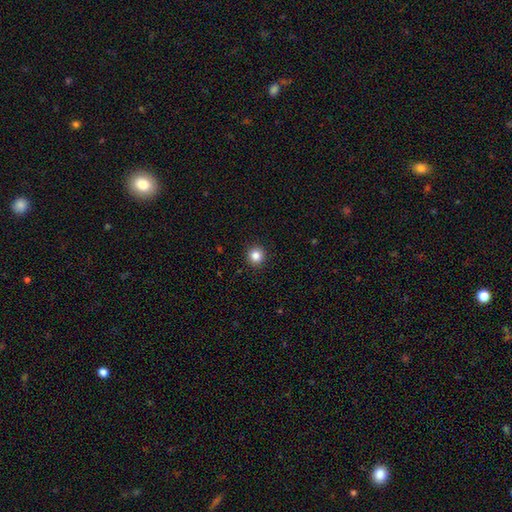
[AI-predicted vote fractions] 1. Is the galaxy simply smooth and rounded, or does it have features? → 85% smooth, 11% star or artifact, 4% featured or disk.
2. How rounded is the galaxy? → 94% round, 5% in between, 1% cigar-shaped.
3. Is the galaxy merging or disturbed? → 93% none, 5% minor disturbance, 2% major disturbance, 1% merger.